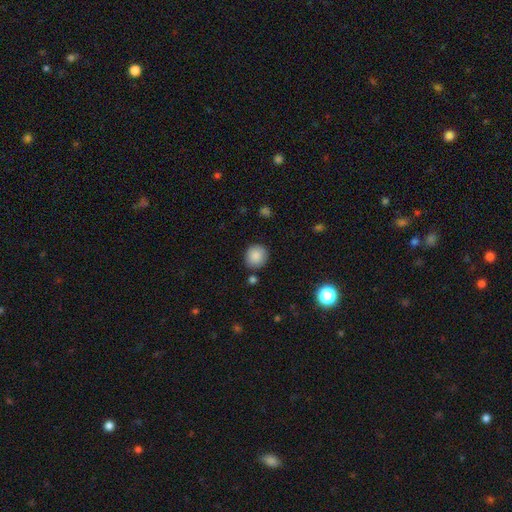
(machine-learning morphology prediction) smooth_or_featured: smooth (p=0.87) [alt: star or artifact p=0.08]
how_rounded: round (p=0.88) [alt: in between p=0.11]
merging: none (p=0.86) [alt: minor disturbance p=0.09]